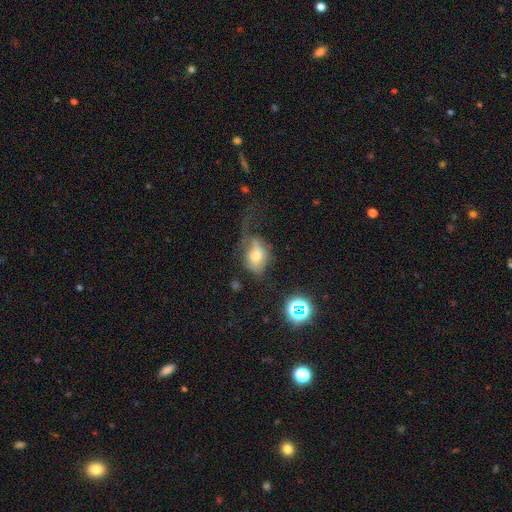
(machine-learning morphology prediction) smooth_or_featured: smooth (p=0.58) [alt: featured or disk p=0.29]
how_rounded: in between (p=0.64) [alt: round p=0.34]
merging: major disturbance (p=0.48) [alt: none p=0.26]